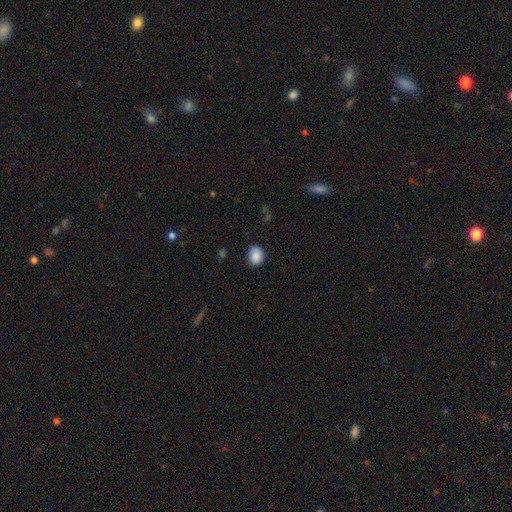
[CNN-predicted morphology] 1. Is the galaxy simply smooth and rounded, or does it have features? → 88% smooth, 8% star or artifact, 4% featured or disk.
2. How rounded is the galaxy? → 52% in between, 47% round, 1% cigar-shaped.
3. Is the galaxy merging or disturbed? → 82% none, 14% minor disturbance, 3% major disturbance, 1% merger.